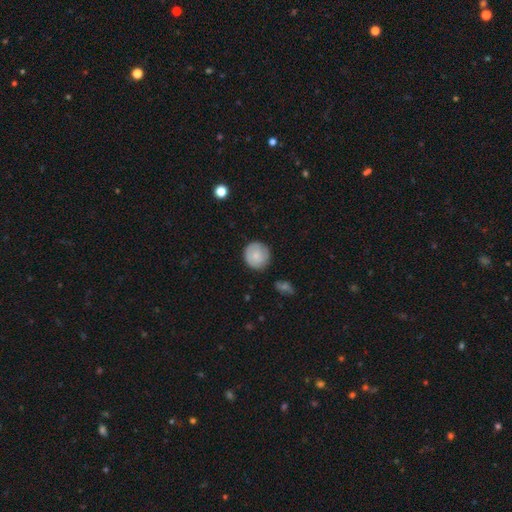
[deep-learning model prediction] Smooth or featured? Predicted: smooth (p=0.74). How rounded? Predicted: round (p=0.91). Merging? Predicted: none (p=0.81).